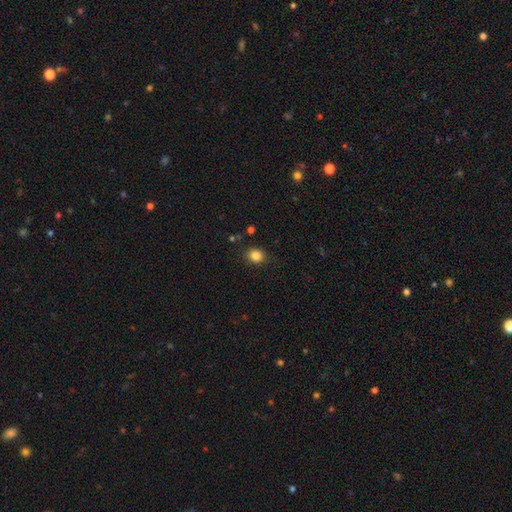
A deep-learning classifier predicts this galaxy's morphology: A smooth galaxy with no disk features (83%) that is round (62%). Merging: none (86%).